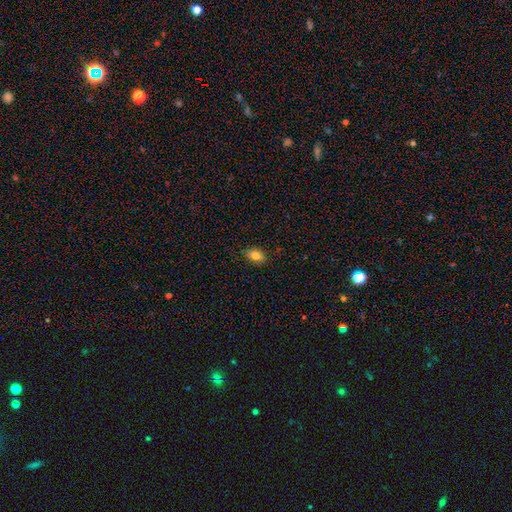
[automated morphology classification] Q: Smooth or featured?
A: smooth (81%); runner-up: star or artifact (10%)
Q: How rounded?
A: in between (78%); runner-up: round (20%)
Q: Merging?
A: none (86%); runner-up: minor disturbance (11%)